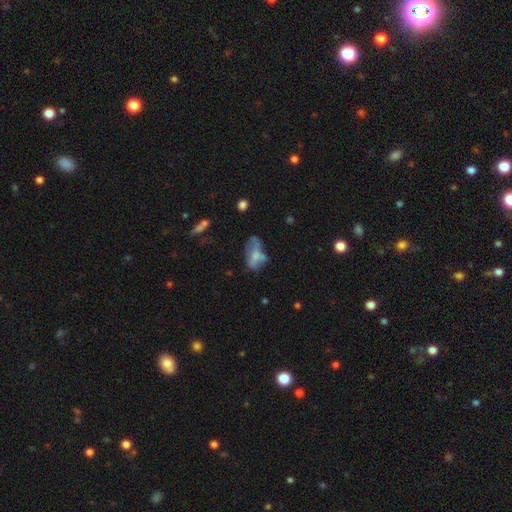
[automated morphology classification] Smooth or featured? smooth (50%)
Merging? none (34%)